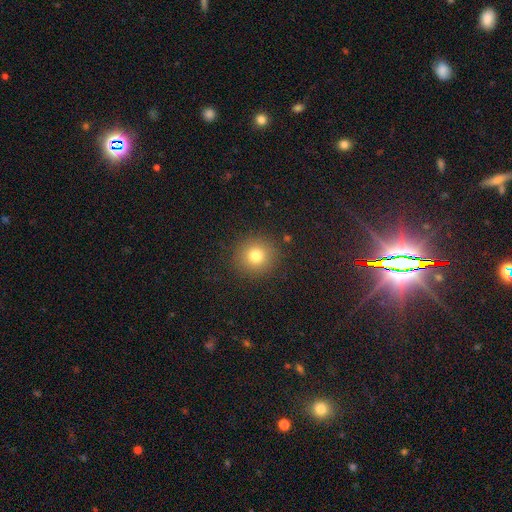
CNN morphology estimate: A smooth galaxy with no disk features (78%) that is round (92%). Merging: none (90%).